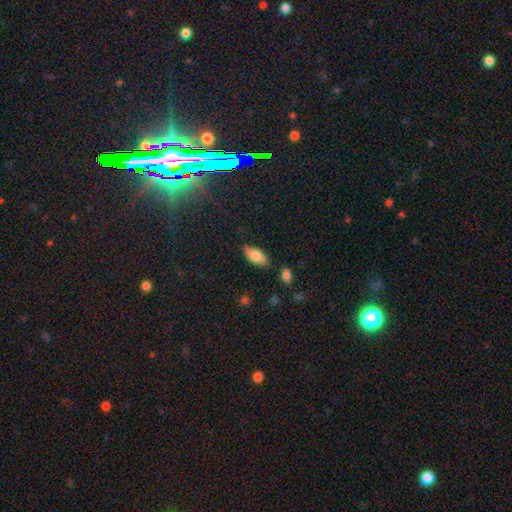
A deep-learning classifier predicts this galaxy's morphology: Smooth or featured? Predicted: smooth (p=0.74). How rounded? Predicted: in between (p=0.89). Merging? Predicted: none (p=0.72).